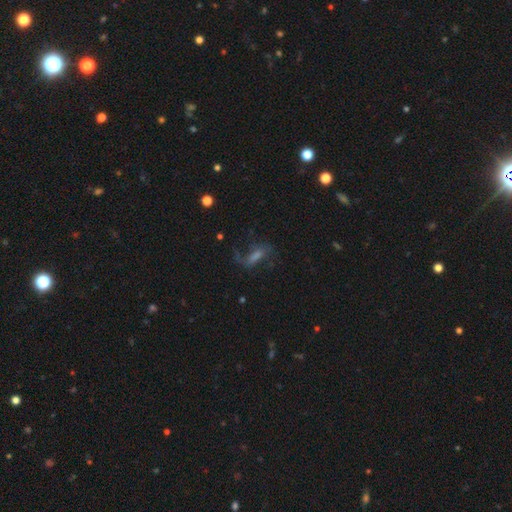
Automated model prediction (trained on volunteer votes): smooth-or-featured: featured or disk: 58% | smooth: 22% | star or artifact: 19%
  disk-edge-on: no: 88% | yes: 12%
    bar: weak: 42% | no: 30% | strong: 28%
    has-spiral-arms: yes: 85% | no: 15%
    bulge-size: small: 31% | moderate: 30% | none: 27% | large: 10% | dominant: 3%
  merging: none: 59% | major disturbance: 22% | minor disturbance: 17% | merger: 3%